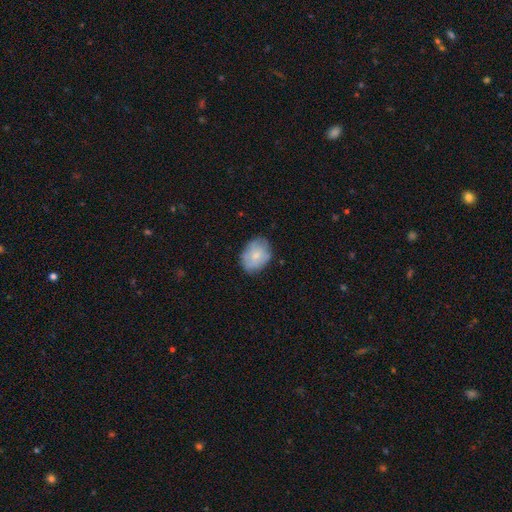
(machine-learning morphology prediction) Smooth or featured?
  - smooth: 73% *
  - featured or disk: 20%
  - star or artifact: 7%
How rounded?
  - in between: 67% *
  - round: 32%
  - cigar-shaped: 1%
Merging?
  - none: 72% *
  - minor disturbance: 22%
  - major disturbance: 5%
  - merger: 1%